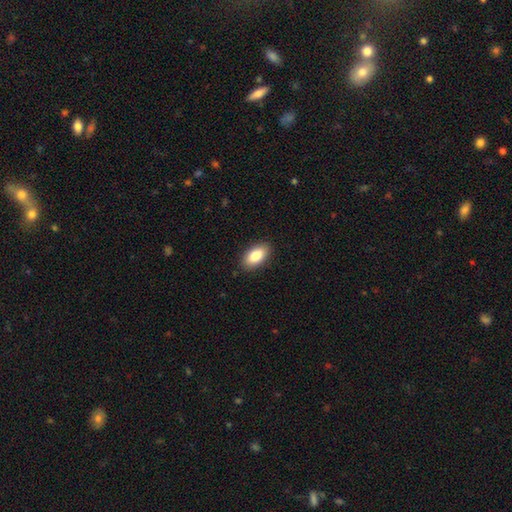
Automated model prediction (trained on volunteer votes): smooth-or-featured: smooth: 86% | featured or disk: 8% | star or artifact: 7%
  how-rounded: in between: 93% | round: 4% | cigar-shaped: 3%
  merging: none: 88% | minor disturbance: 9% | major disturbance: 2% | merger: 1%